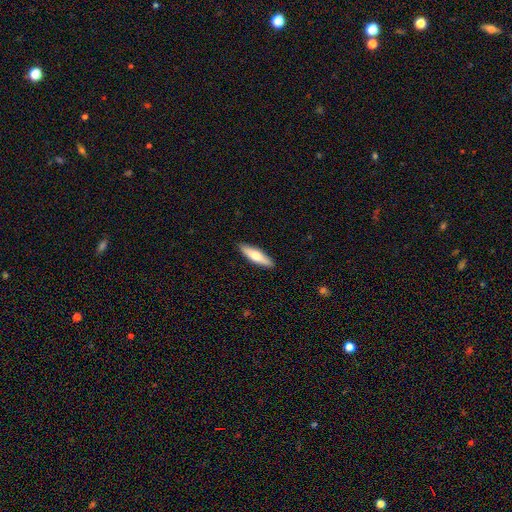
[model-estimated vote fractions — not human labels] Q: Smooth or featured?
A: smooth (64%); runner-up: featured or disk (31%)
Q: How rounded?
A: cigar-shaped (64%); runner-up: in between (34%)
Q: Merging?
A: none (90%); runner-up: minor disturbance (7%)